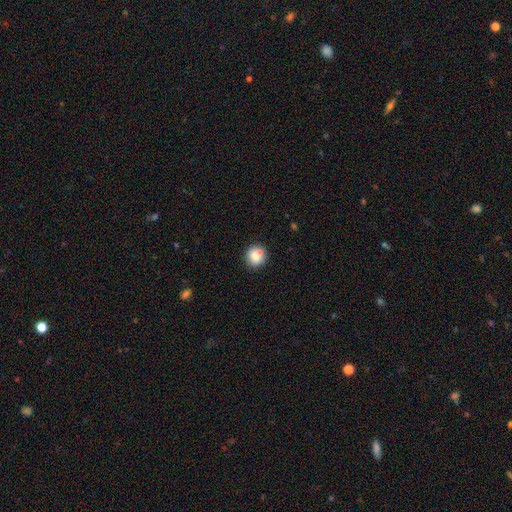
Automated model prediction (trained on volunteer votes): Smooth or featured?
  - smooth: 82% *
  - star or artifact: 9%
  - featured or disk: 9%
How rounded?
  - round: 90% *
  - in between: 9%
  - cigar-shaped: 1%
Merging?
  - none: 77% *
  - minor disturbance: 12%
  - merger: 8%
  - major disturbance: 3%